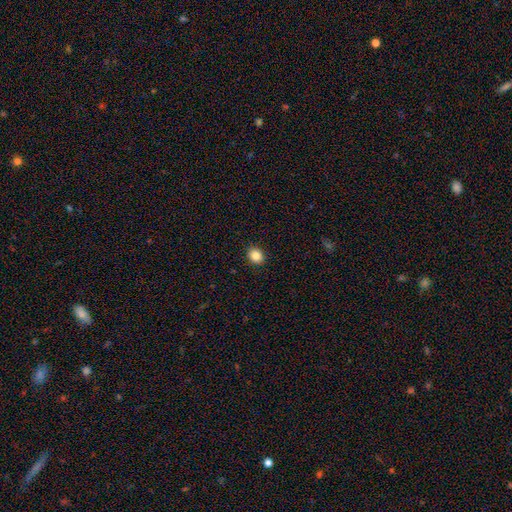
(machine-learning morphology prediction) Smooth or featured? Predicted: smooth (p=0.85). How rounded? Predicted: round (p=0.69). Merging? Predicted: none (p=0.92).